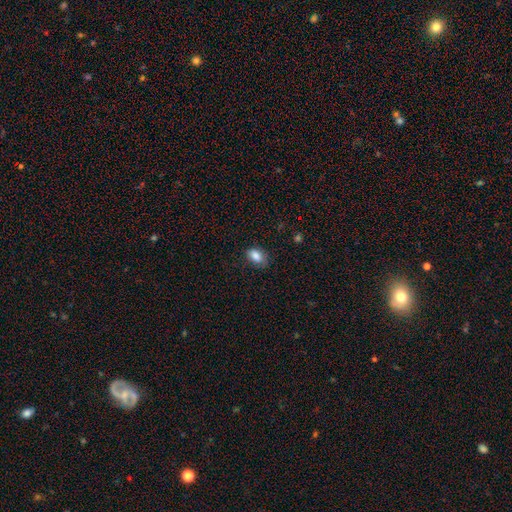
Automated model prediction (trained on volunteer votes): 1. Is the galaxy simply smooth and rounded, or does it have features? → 85% smooth, 9% star or artifact, 6% featured or disk.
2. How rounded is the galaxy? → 87% in between, 12% round, 2% cigar-shaped.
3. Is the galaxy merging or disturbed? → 76% none, 18% minor disturbance, 4% major disturbance, 1% merger.